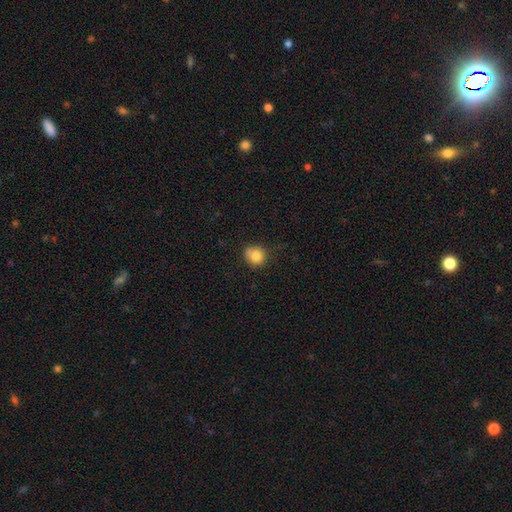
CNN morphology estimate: A smooth galaxy with no disk features (83%) that is round (79%). Merging: none (66%).